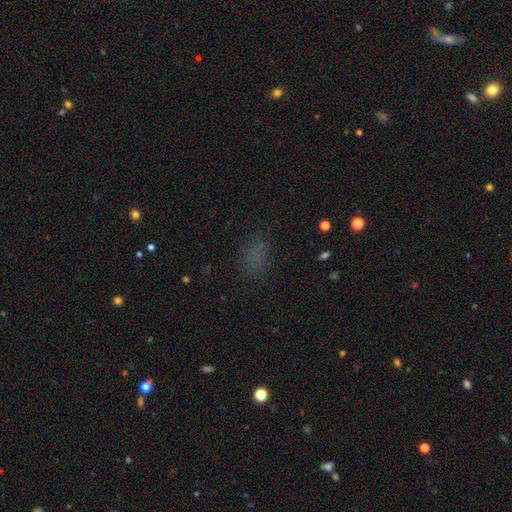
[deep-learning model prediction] A smooth galaxy with no disk features (69%) that is in between round and cigar-shaped (79%). Merging: none (77%).